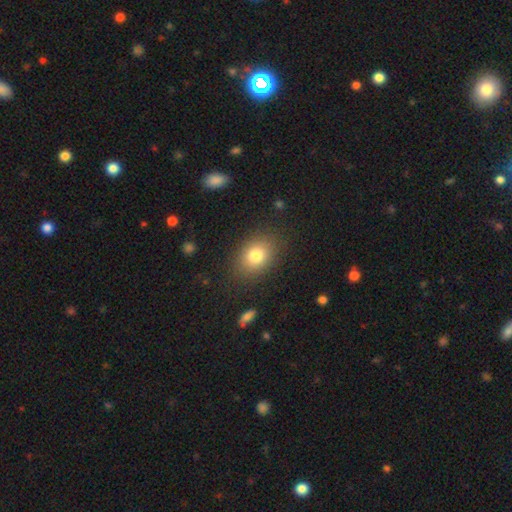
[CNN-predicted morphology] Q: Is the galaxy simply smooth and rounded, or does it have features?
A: smooth — 80%.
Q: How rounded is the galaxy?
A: in between — 63%.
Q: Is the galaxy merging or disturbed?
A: none — 84%.